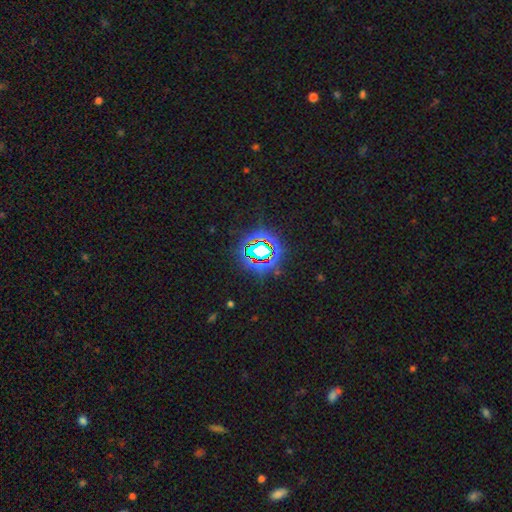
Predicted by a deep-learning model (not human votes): Smooth or featured?
  - star or artifact: 78% *
  - smooth: 13%
  - featured or disk: 9%